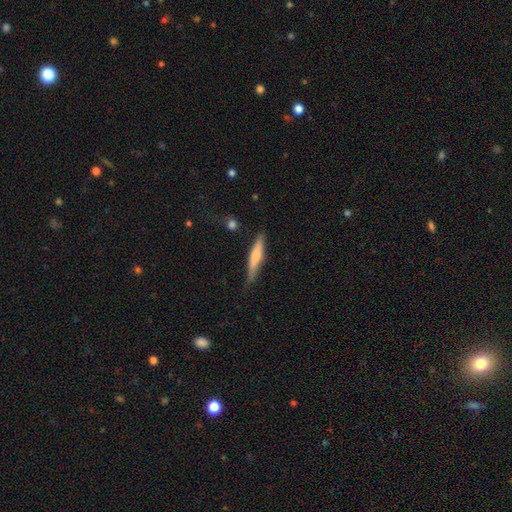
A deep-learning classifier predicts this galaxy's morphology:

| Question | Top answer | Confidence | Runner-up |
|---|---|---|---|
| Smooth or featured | smooth | 56% | featured or disk (38%) |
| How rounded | cigar-shaped | 88% | in between (11%) |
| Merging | none | 78% | minor disturbance (16%) |